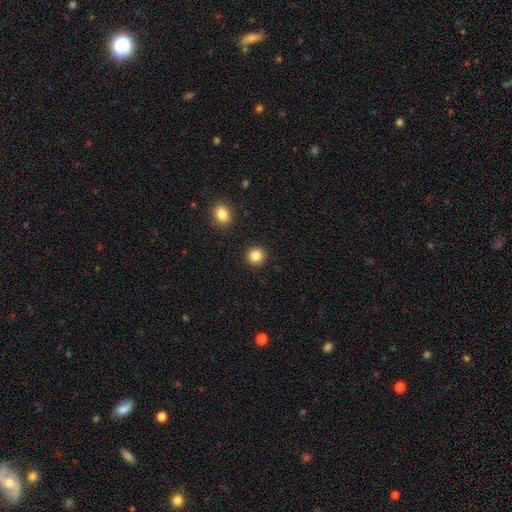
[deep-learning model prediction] Q: Smooth or featured?
A: smooth (85%); runner-up: star or artifact (11%)
Q: How rounded?
A: round (94%); runner-up: in between (6%)
Q: Merging?
A: none (92%); runner-up: minor disturbance (4%)